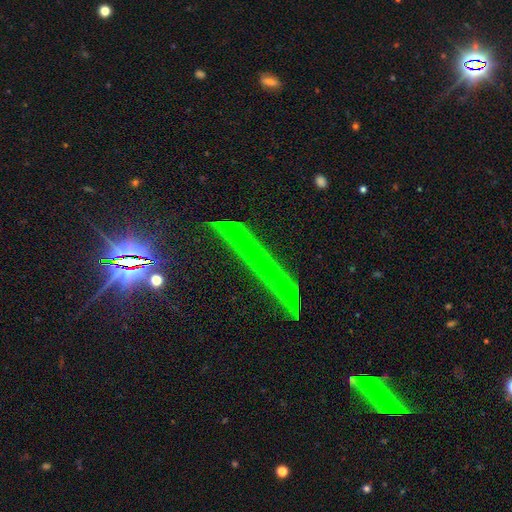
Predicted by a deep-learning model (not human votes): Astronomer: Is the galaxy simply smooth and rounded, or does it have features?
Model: featured or disk — 55%.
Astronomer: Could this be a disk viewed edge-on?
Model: yes — 93%.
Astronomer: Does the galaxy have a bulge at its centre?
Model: none — 64%.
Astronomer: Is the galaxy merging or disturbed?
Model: none — 79%.